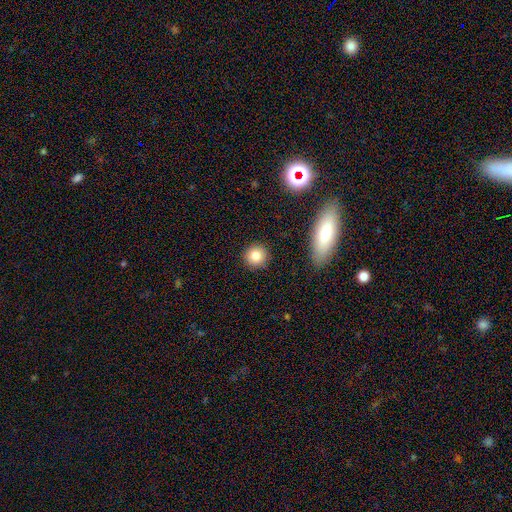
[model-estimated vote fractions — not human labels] A smooth galaxy with no disk features (83%) that is round (91%).

Vote fractions:
- Smooth or featured? smooth: 83% / star or artifact: 10% / featured or disk: 7%
- How rounded? round: 91% / in between: 8% / cigar-shaped: 1%
- Merging? none: 90% / minor disturbance: 6% / major disturbance: 2% / merger: 1%